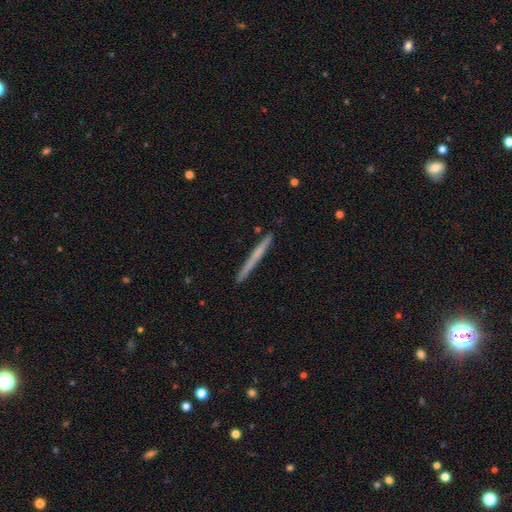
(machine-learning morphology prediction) Smooth or featured? Predicted: smooth (p=0.50). Merging? Predicted: none (p=0.92).